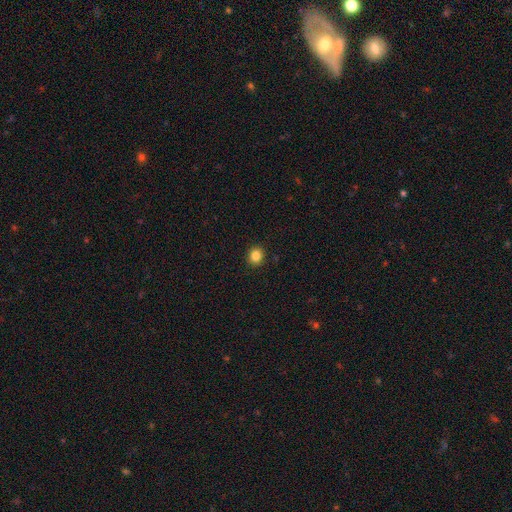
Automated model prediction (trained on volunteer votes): Smooth or featured? smooth (85%)
How rounded? round (82%)
Merging? none (92%)